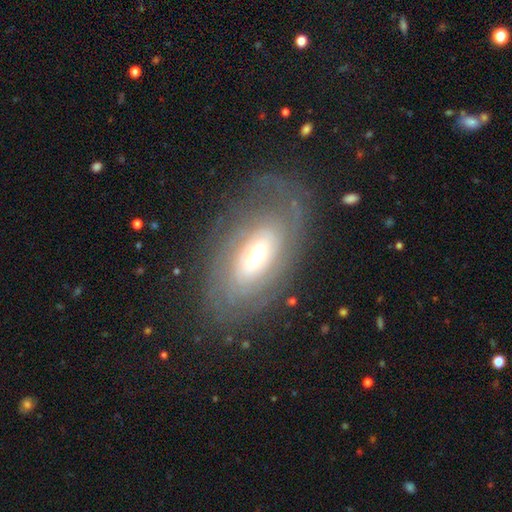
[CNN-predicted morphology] This appears to be a featured or disk galaxy (73%) with no bar (57%), tight (69%) spiral arms (77%) and a moderate central bulge (59%). Merging: none (75%).